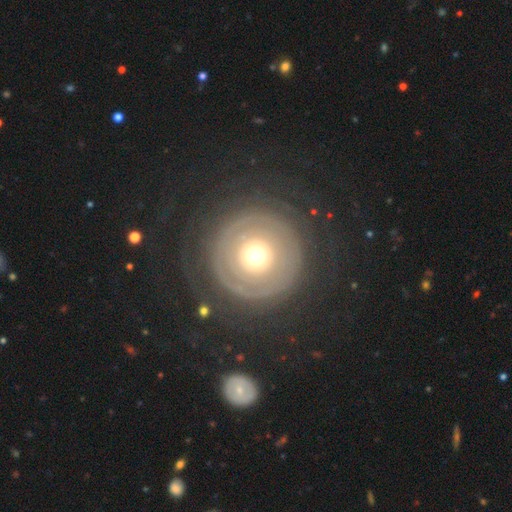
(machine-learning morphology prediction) type=featured or disk (63%); edge-on=no (96%); bar=no (91%); spiral arms=no (55%); bulge=moderate (60%); merging=none (75%).